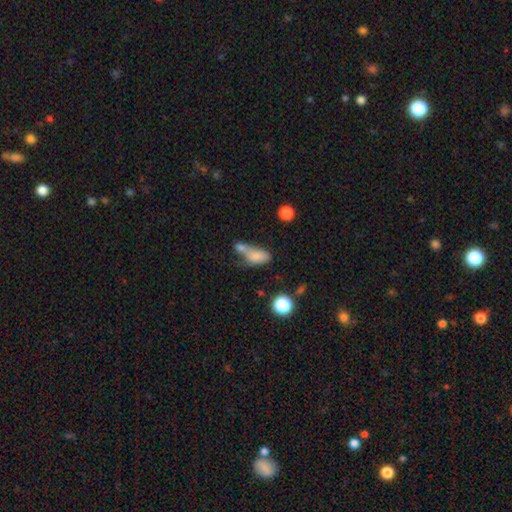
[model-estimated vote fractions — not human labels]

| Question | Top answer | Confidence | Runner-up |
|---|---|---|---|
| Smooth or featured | smooth | 75% | featured or disk (14%) |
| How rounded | in between | 82% | cigar-shaped (10%) |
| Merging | merger | 54% | none (22%) |